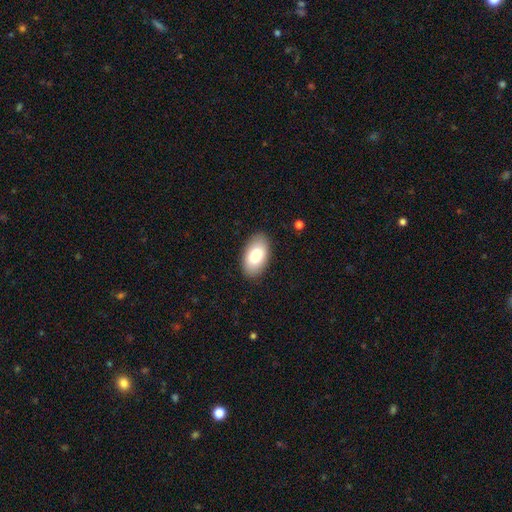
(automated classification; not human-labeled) A smooth galaxy with no disk features (80%) that is in between round and cigar-shaped (95%). Merging: none (88%).